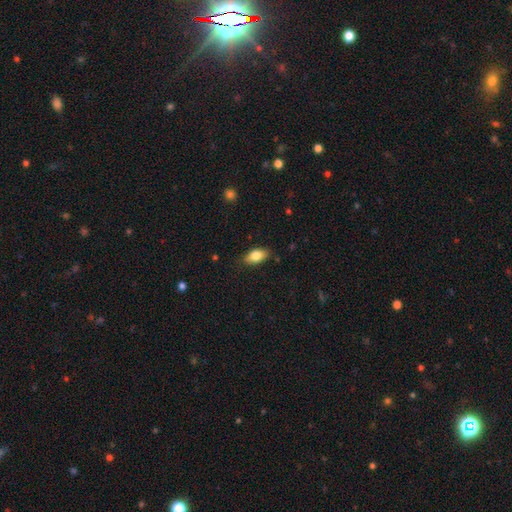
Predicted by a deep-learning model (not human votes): This appears to be a smooth galaxy with no disk features (81%) that is in between round and cigar-shaped (89%). Merging: none (82%).